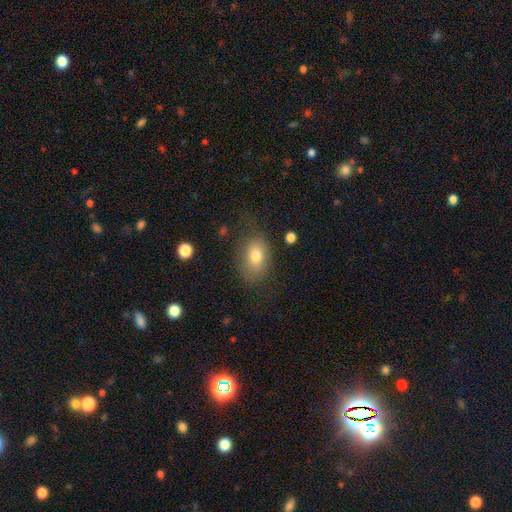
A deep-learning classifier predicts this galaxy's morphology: smooth 77%, featured or disk 13%, star or artifact 9%. Down the decision tree: how rounded — in between (79%); merging — none (69%).